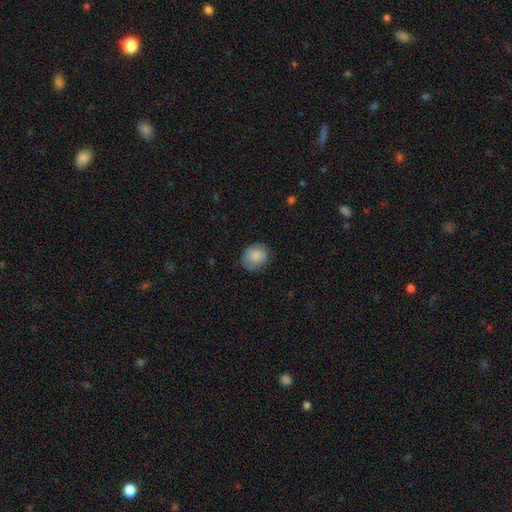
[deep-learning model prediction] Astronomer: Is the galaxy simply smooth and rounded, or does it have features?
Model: smooth — 83%.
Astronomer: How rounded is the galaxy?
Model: round — 70%.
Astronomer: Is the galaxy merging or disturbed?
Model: none — 72%.